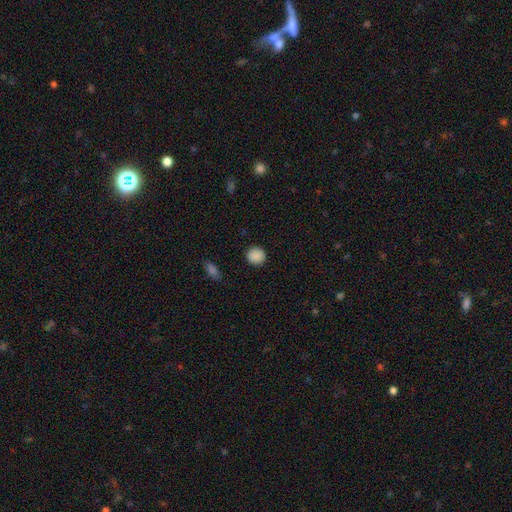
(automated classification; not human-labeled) smooth 89%, star or artifact 9%, featured or disk 3%. Down the decision tree: how rounded — round (91%); merging — none (90%).